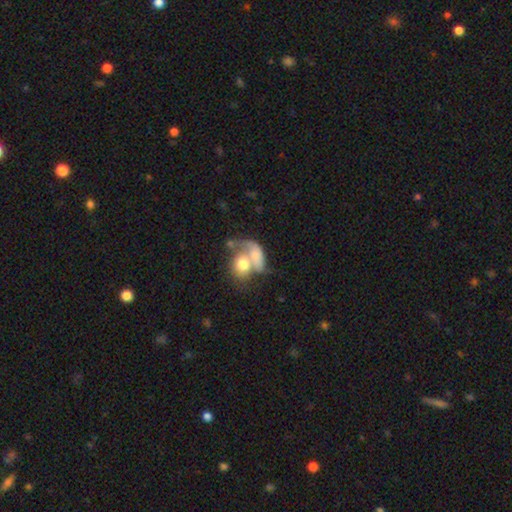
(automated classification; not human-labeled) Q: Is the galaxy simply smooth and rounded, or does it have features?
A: smooth — 56%.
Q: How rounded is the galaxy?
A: in between — 65%.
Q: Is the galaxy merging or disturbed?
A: merger — 68%.